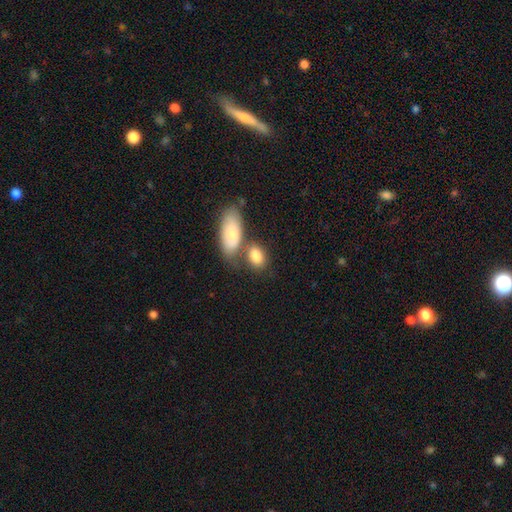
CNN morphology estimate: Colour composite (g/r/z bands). It shows a smooth galaxy with no disk features (81%) that is in between round and cigar-shaped (80%). Merging: none (50%).